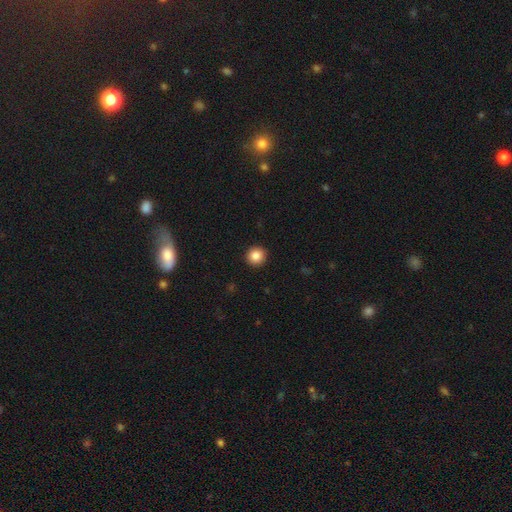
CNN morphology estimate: smooth-or-featured: smooth: 86% | star or artifact: 10% | featured or disk: 5%
  how-rounded: round: 93% | in between: 6% | cigar-shaped: 1%
  merging: none: 93% | minor disturbance: 4% | major disturbance: 2% | merger: 1%